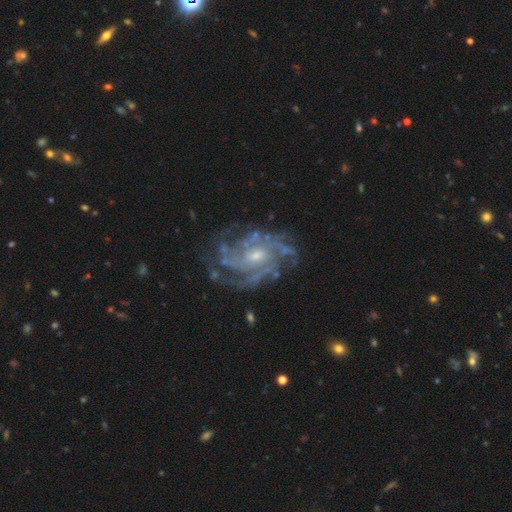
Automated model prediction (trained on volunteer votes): Smooth or featured?
  - featured or disk: 91% *
  - star or artifact: 6%
  - smooth: 4%
Edge-on disk?
  - no: 97% *
  - yes: 3%
Bar?
  - no: 61% *
  - weak: 32%
  - strong: 7%
Spiral arms?
  - yes: 97% *
  - no: 3%
Spiral winding?
  - tight: 54% *
  - medium: 38%
  - loose: 8%
Spiral arm count?
  - 4: 28% *
  - can't tell: 22%
  - 3: 18%
  - more than 4: 15%
  - 2: 10%
  - 1: 7%
Bulge size?
  - small: 60% *
  - moderate: 35%
  - none: 3%
  - large: 1%
  - dominant: 1%
Merging?
  - none: 72% *
  - minor disturbance: 17%
  - major disturbance: 10%
  - merger: 2%